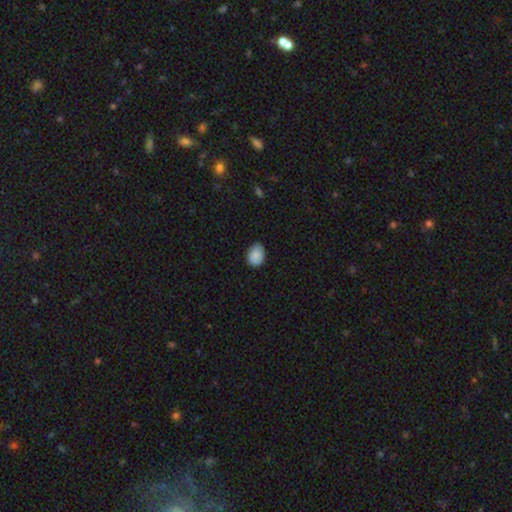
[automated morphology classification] type=smooth (87%); roundness=in between (72%); merging=none (69%).